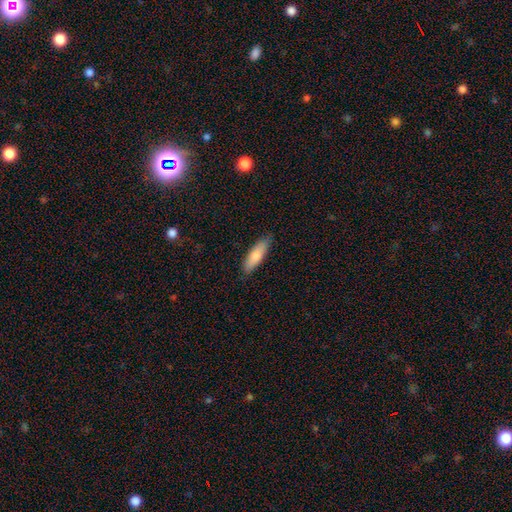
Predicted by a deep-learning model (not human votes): smooth 77%, featured or disk 17%, star or artifact 6%. Down the decision tree: how rounded — cigar-shaped (52%); merging — none (85%).